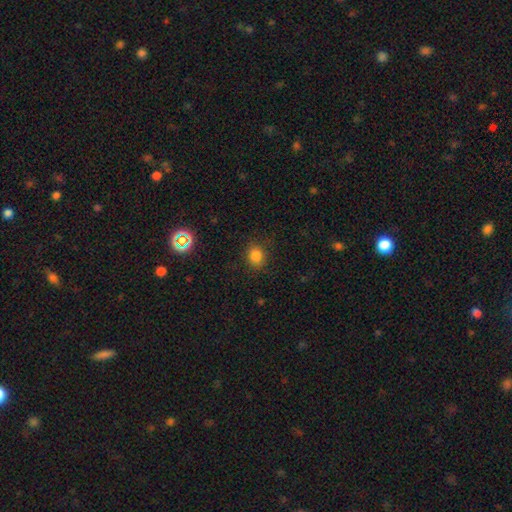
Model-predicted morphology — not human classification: Smooth or featured: smooth — 81% (star or artifact — 14%)
How rounded: round — 64% (in between — 35%)
Merging: none — 84% (minor disturbance — 11%)